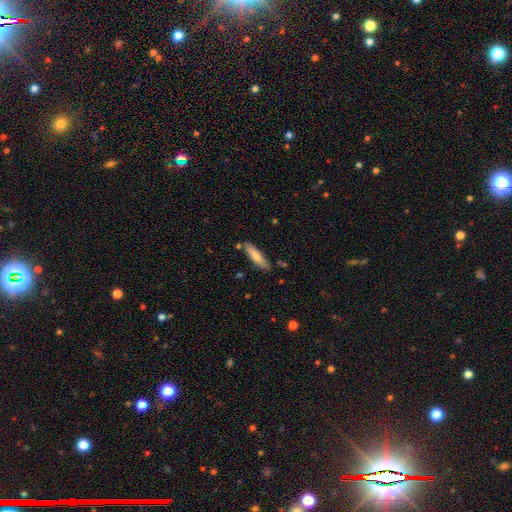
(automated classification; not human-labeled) A smooth galaxy with no disk features (78%) that is cigar-shaped (70%). Merging: none (80%).